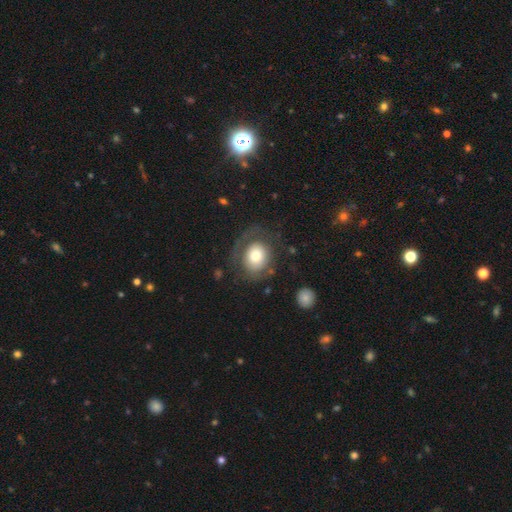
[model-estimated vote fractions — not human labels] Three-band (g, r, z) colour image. It shows a smooth galaxy with no disk features (63%) that is round (59%). Merging: none (56%).